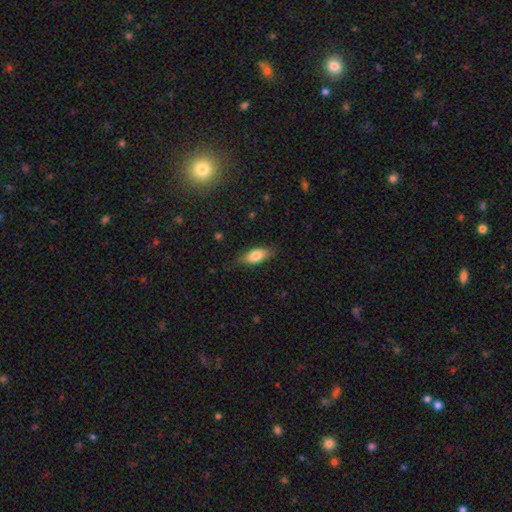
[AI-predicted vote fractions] Overall: smooth (79%). How rounded: in between (81%). Merging: none (77%).